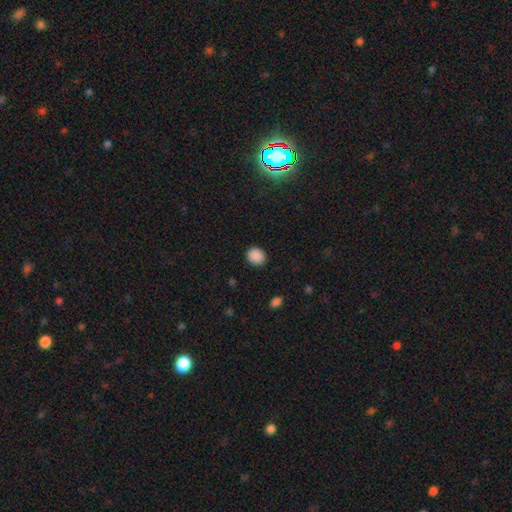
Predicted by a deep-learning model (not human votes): smooth-or-featured: smooth: 89% | star or artifact: 9% | featured or disk: 3%
  how-rounded: round: 69% | in between: 30% | cigar-shaped: 1%
  merging: none: 88% | minor disturbance: 9% | major disturbance: 2% | merger: 1%